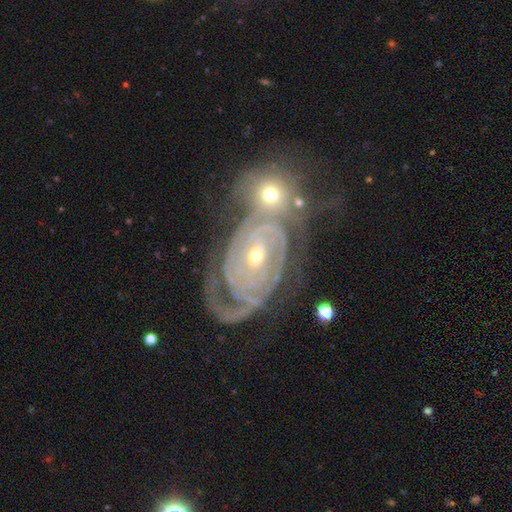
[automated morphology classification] Overall: featured or disk (89%). Edge-on disk: no (96%). Bar: no (74%). Spiral arms: yes (96%). Spiral arm count: 2 (40%; can't tell 22%). Spiral winding: tight (82%). Bulge size: small (59%; moderate 37%). Merging: none (47%; merger 33%).